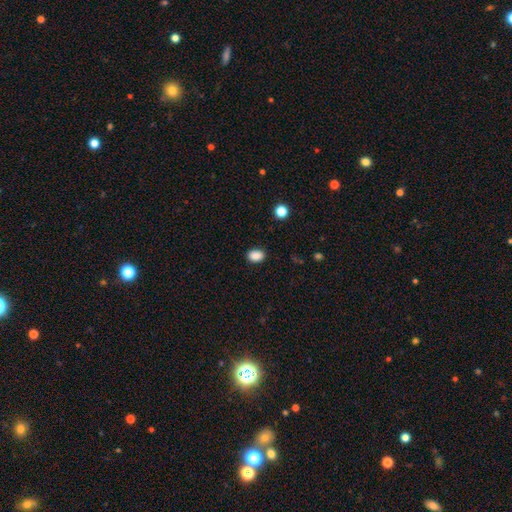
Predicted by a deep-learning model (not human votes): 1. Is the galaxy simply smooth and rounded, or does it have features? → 88% smooth, 9% star or artifact, 3% featured or disk.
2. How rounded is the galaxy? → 74% in between, 25% round, 1% cigar-shaped.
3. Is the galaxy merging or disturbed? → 88% none, 9% minor disturbance, 2% major disturbance, 1% merger.